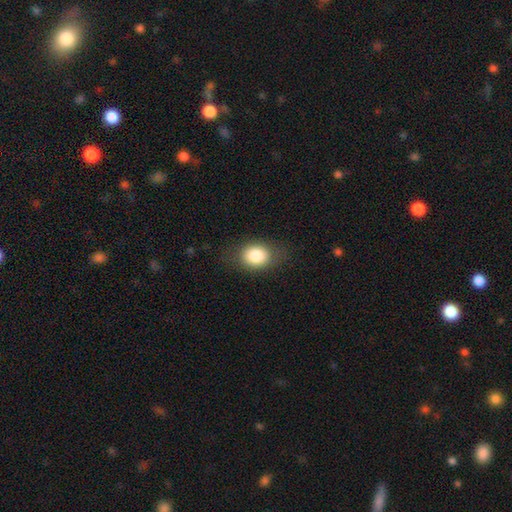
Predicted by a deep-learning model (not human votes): A smooth galaxy with no disk features (83%) that is in between round and cigar-shaped (62%). Merging: none (77%).